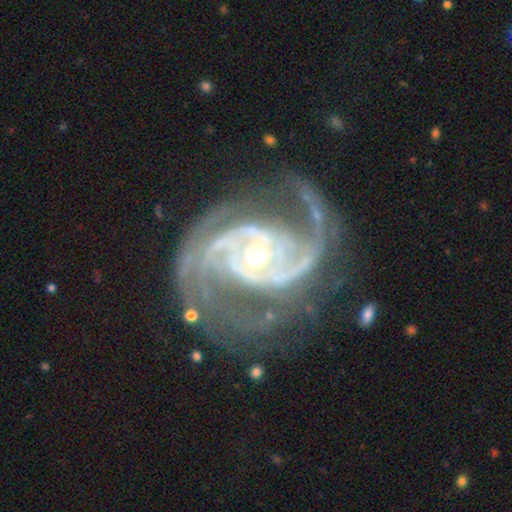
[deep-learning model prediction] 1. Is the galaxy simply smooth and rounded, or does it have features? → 93% featured or disk, 4% star or artifact, 2% smooth.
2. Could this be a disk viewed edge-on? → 98% no, 2% yes.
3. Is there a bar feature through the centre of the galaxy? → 50% no, 31% weak, 19% strong.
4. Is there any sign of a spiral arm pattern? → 98% yes, 2% no.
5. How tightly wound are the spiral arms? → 52% medium, 36% tight, 12% loose.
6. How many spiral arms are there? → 60% 2, 19% 3, 7% can't tell, 5% 4, 5% 1, 5% more than 4.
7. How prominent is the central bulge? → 57% moderate, 37% small, 4% large, 1% none, 1% dominant.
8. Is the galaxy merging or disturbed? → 64% none, 19% minor disturbance, 15% major disturbance, 2% merger.